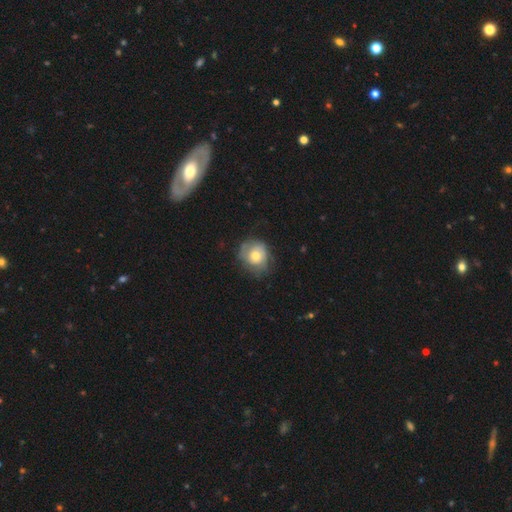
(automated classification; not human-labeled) Smooth or featured?
  - smooth: 56% *
  - featured or disk: 36%
  - star or artifact: 8%
How rounded?
  - round: 78% *
  - in between: 21%
  - cigar-shaped: 1%
Merging?
  - none: 62% *
  - minor disturbance: 25%
  - major disturbance: 11%
  - merger: 1%